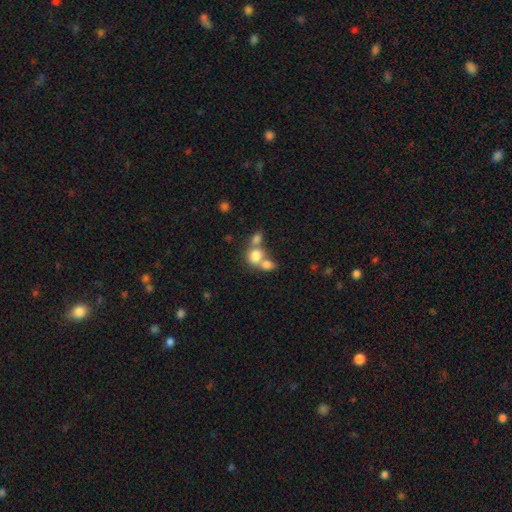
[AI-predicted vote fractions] A smooth galaxy with no disk features (76%) that is in between round and cigar-shaped (51%).

Vote fractions:
- Smooth or featured? smooth: 76% / featured or disk: 13% / star or artifact: 10%
- How rounded? in between: 51% / round: 47% / cigar-shaped: 1%
- Merging? merger: 58% / none: 28% / minor disturbance: 8% / major disturbance: 6%